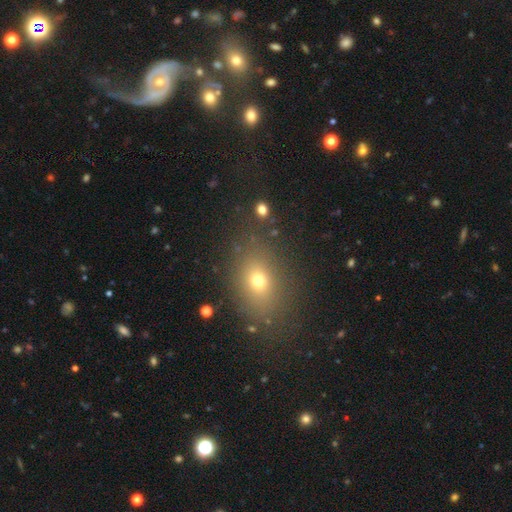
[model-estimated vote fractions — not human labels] This appears to be a smooth galaxy with no disk features (50%) that is in between round and cigar-shaped (68%). Merging: none (80%).